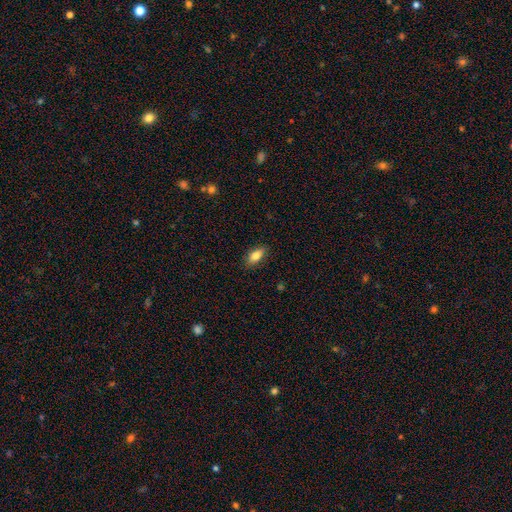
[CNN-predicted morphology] smooth 80%, featured or disk 12%, star or artifact 7%. Down the decision tree: how rounded — in between (86%); merging — none (85%).